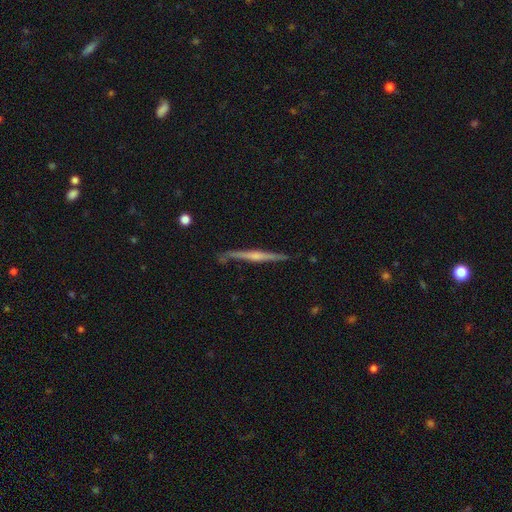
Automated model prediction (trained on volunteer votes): Morphology: type=featured or disk (73%); edge-on=yes (94%); edge-on bulge=rounded (68%); merging=none (82%).